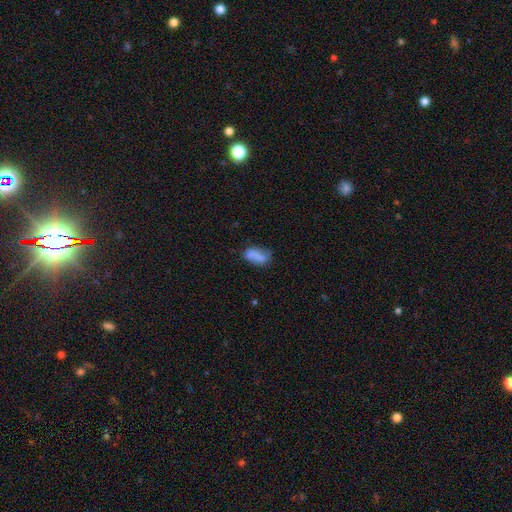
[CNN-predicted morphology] A smooth galaxy with no disk features (72%) that is in between round and cigar-shaped (88%). Merging: none (49%).